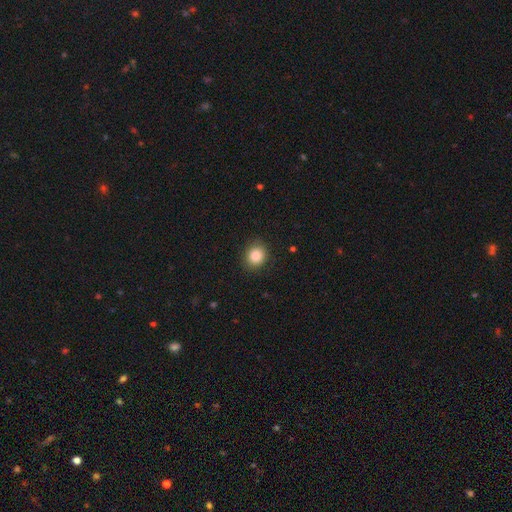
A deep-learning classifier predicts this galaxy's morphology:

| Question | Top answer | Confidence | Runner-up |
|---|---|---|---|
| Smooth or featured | smooth | 86% | star or artifact (9%) |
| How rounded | round | 74% | in between (25%) |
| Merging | none | 86% | minor disturbance (10%) |